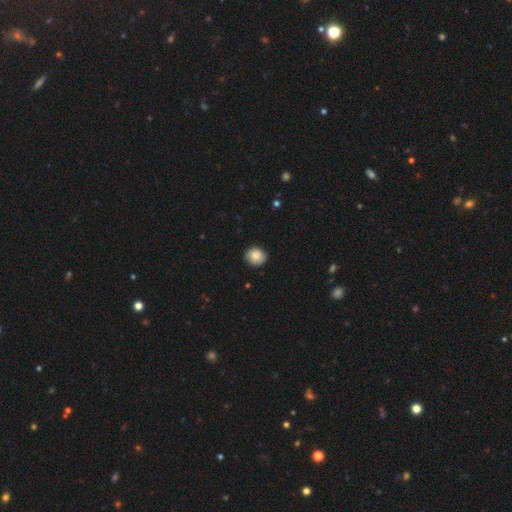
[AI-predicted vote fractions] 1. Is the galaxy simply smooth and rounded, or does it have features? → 83% smooth, 9% featured or disk, 8% star or artifact.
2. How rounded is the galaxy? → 87% round, 12% in between, 1% cigar-shaped.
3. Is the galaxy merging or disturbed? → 86% none, 11% minor disturbance, 2% major disturbance, 1% merger.